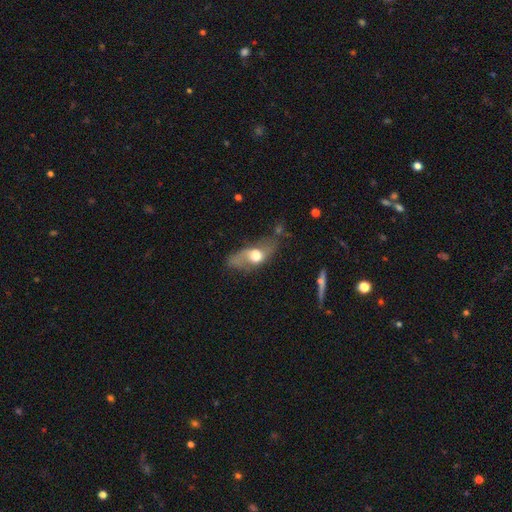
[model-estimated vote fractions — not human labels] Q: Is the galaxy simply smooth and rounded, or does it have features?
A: featured or disk — 53%.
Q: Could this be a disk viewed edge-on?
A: no — 74%.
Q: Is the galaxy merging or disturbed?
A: none — 46%.